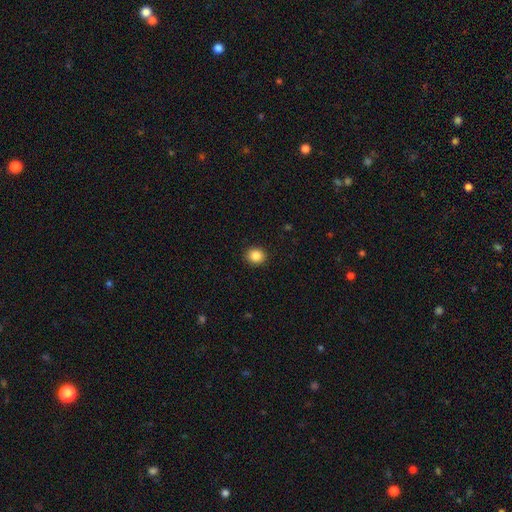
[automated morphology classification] The model was most divided on "how rounded": round: 85%, in between: 14%, cigar-shaped: 1%. More confident: merging — none (92%); smooth or featured — smooth (86%).